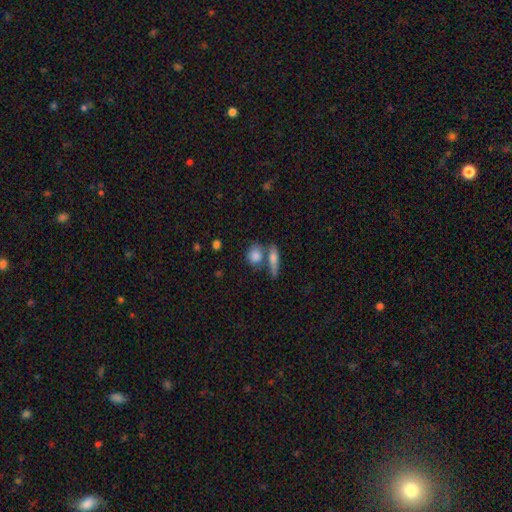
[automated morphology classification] A smooth galaxy with no disk features (81%) that is round (54%).

Vote fractions:
- Smooth or featured? smooth: 81% / featured or disk: 11% / star or artifact: 8%
- How rounded? round: 54% / in between: 37% / cigar-shaped: 9%
- Merging? none: 51% / merger: 32% / minor disturbance: 12% / major disturbance: 5%